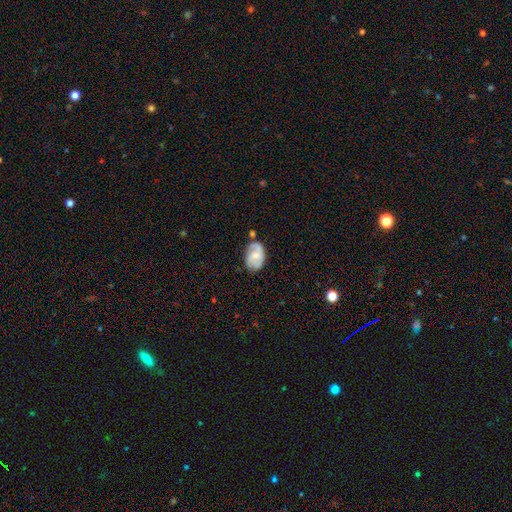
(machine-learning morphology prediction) This is possibly a featured or disk galaxy (47%). Merging: possibly none (56%).